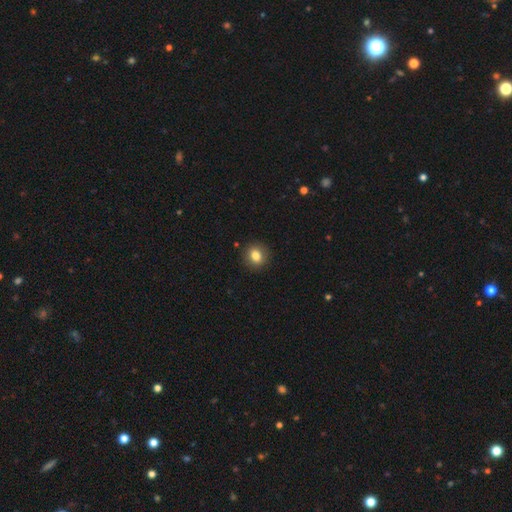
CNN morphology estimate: Overall: smooth (82%). How rounded: round (71%). Merging: none (90%).